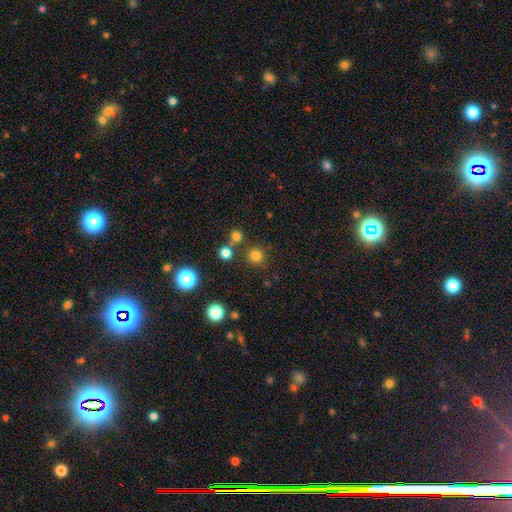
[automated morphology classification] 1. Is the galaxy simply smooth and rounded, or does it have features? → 78% smooth, 18% star or artifact, 5% featured or disk.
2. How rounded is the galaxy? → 94% round, 5% in between, 1% cigar-shaped.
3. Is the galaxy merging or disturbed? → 83% none, 7% merger, 7% minor disturbance, 3% major disturbance.